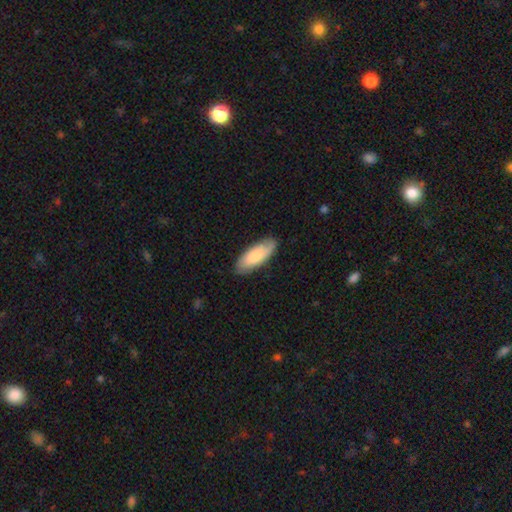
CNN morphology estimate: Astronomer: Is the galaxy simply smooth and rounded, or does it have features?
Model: smooth — 78%.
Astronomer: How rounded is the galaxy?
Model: in between — 75%.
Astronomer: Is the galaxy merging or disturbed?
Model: none — 83%.